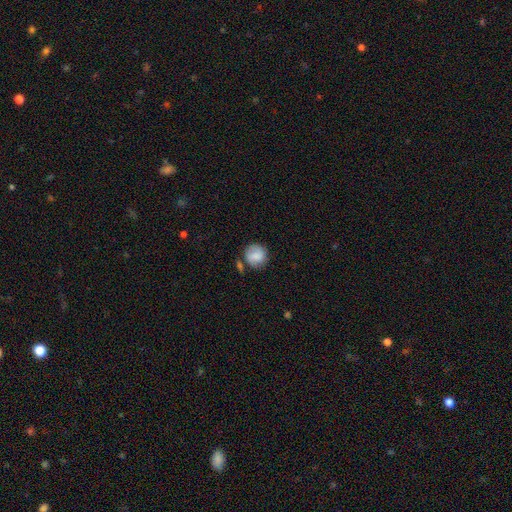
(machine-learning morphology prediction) Q: Smooth or featured?
A: smooth (74%); runner-up: featured or disk (18%)
Q: How rounded?
A: round (87%); runner-up: in between (12%)
Q: Merging?
A: none (64%); runner-up: minor disturbance (20%)